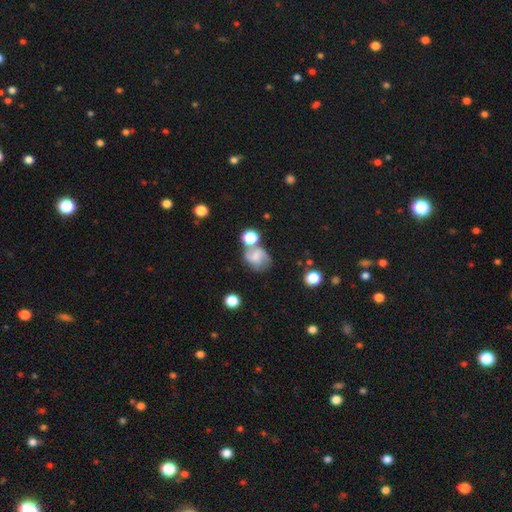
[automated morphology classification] Overall: featured or disk (47%; smooth 42%). Merging: none (43%; merger 27%).